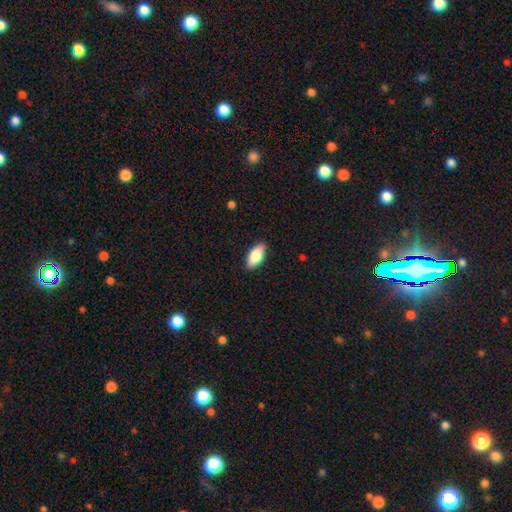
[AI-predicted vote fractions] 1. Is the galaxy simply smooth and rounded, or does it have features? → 83% smooth, 11% featured or disk, 6% star or artifact.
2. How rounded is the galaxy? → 89% in between, 9% cigar-shaped, 2% round.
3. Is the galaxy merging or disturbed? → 87% none, 10% minor disturbance, 2% major disturbance, 1% merger.